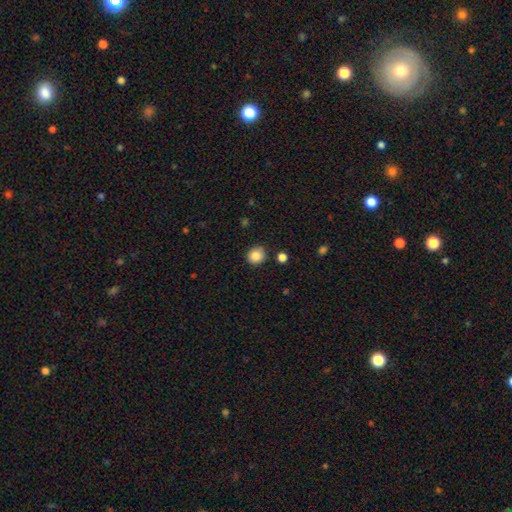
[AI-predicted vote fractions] Smooth or featured? Predicted: smooth (p=0.86). How rounded? Predicted: round (p=0.85). Merging? Predicted: none (p=0.86).